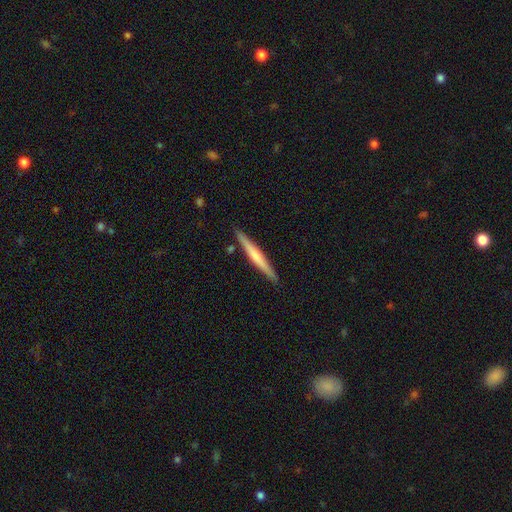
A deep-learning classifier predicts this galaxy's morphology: Smooth or featured? Predicted: featured or disk (p=0.50). Edge-on disk? Predicted: yes (p=0.97). Merging? Predicted: none (p=0.90).